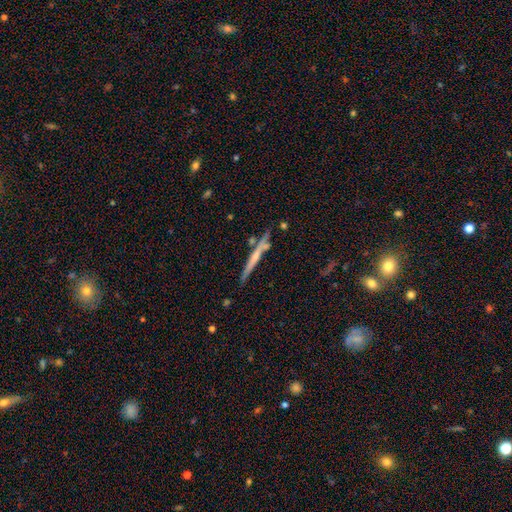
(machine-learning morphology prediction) This is possibly a featured or disk galaxy (56%). It is clearly viewed edge-on (95%). Edge-on bulge: possibly none (56%). Merging: likely none (75%).